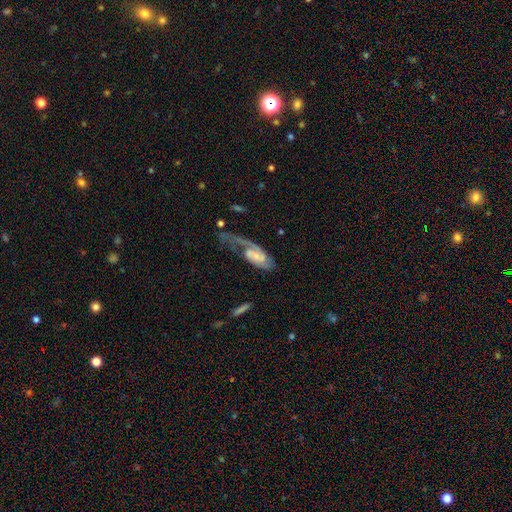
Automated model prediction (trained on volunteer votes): This is likely a featured or disk galaxy (76%). It is clearly not viewed edge-on (95%). Bar: possibly no (52%). Spiral arm pattern: clearly yes (91%). Spiral arm count: possibly 1 (47%). Spiral winding: marginally medium (41%). Central bulge: possibly small (52%). Merging: possibly major disturbance (50%).